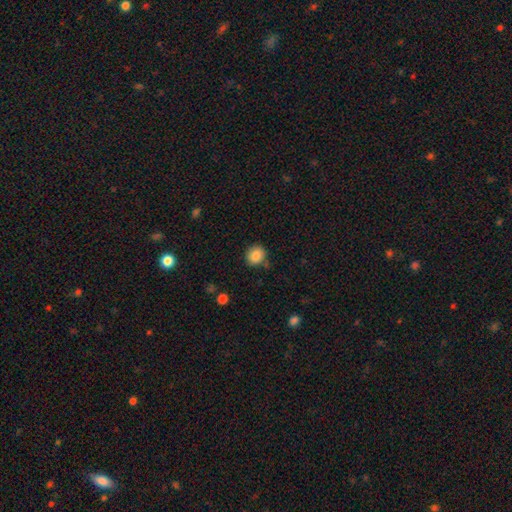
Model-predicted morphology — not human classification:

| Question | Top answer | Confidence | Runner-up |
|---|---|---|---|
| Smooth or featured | smooth | 85% | star or artifact (9%) |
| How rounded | round | 82% | in between (17%) |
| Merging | none | 82% | minor disturbance (11%) |